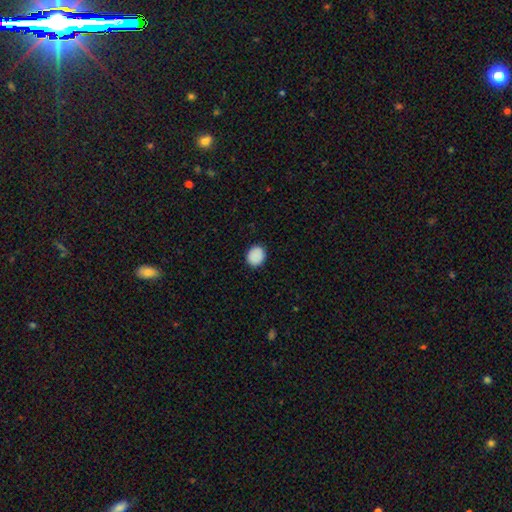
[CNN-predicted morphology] Smooth or featured?
  - smooth: 89% *
  - star or artifact: 8%
  - featured or disk: 3%
How rounded?
  - round: 73% *
  - in between: 26%
  - cigar-shaped: 1%
Merging?
  - none: 90% *
  - minor disturbance: 8%
  - major disturbance: 2%
  - merger: 1%